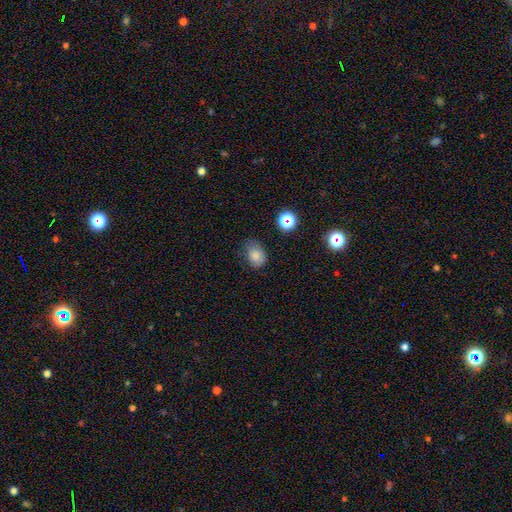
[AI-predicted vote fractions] smooth-or-featured: smooth: 81% | star or artifact: 12% | featured or disk: 7%
  how-rounded: in between: 70% | round: 29% | cigar-shaped: 1%
  merging: none: 61% | minor disturbance: 29% | major disturbance: 8% | merger: 2%